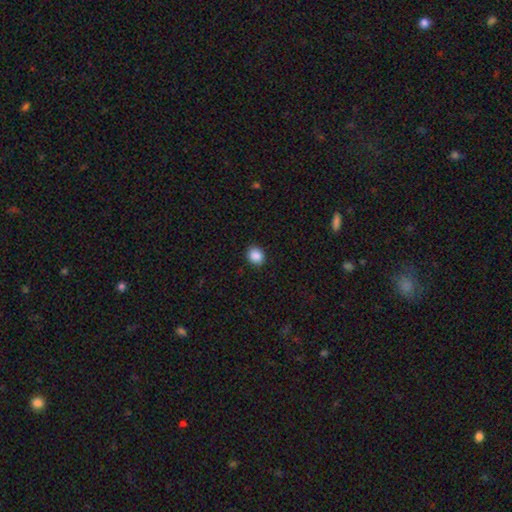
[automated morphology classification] Overall: smooth (88%). How rounded: round (75%). Merging: none (90%).